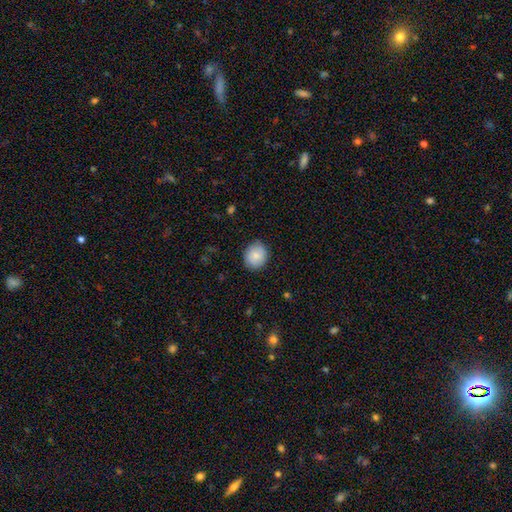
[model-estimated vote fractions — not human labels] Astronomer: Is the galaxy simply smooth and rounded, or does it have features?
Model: smooth — 84%.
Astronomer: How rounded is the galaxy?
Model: round — 70%.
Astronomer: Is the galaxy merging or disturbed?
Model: none — 85%.